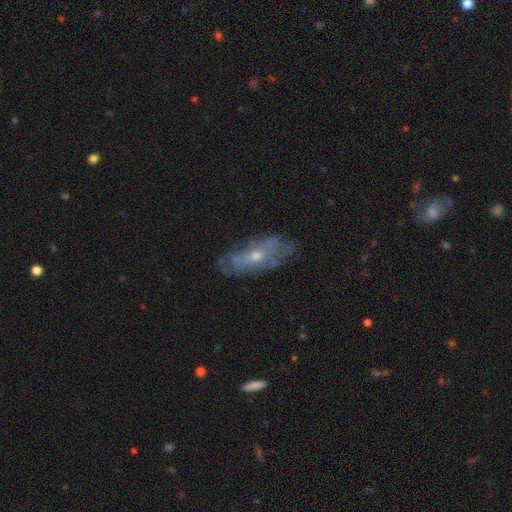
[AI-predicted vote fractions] smooth-or-featured: featured or disk: 61% | smooth: 31% | star or artifact: 8%
  disk-edge-on: no: 78% | yes: 22%
  merging: none: 65% | minor disturbance: 23% | major disturbance: 9% | merger: 2%